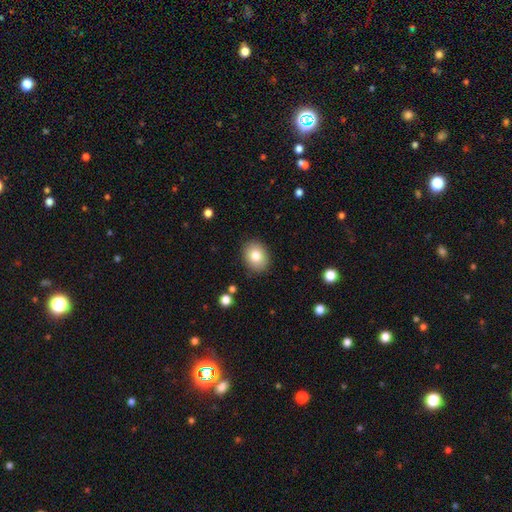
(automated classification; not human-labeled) smooth_or_featured: smooth (p=0.80) [alt: featured or disk p=0.11]
how_rounded: in between (p=0.50) [alt: round p=0.49]
merging: none (p=0.88) [alt: minor disturbance p=0.08]